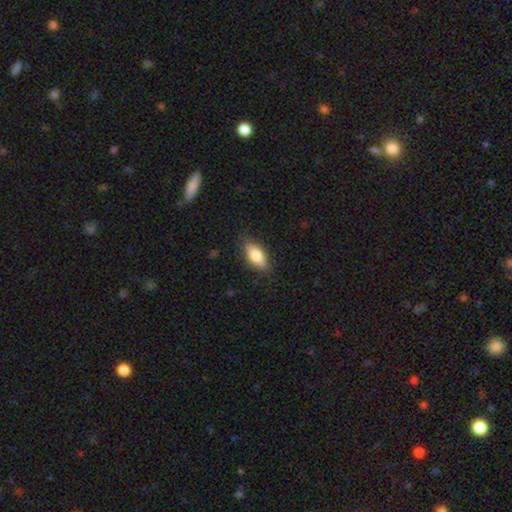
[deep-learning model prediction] A smooth galaxy with no disk features (79%) that is in between round and cigar-shaped (83%).

Vote fractions:
- Smooth or featured? smooth: 79% / featured or disk: 15% / star or artifact: 7%
- How rounded? in between: 83% / cigar-shaped: 13% / round: 3%
- Merging? none: 84% / minor disturbance: 12% / major disturbance: 2% / merger: 1%